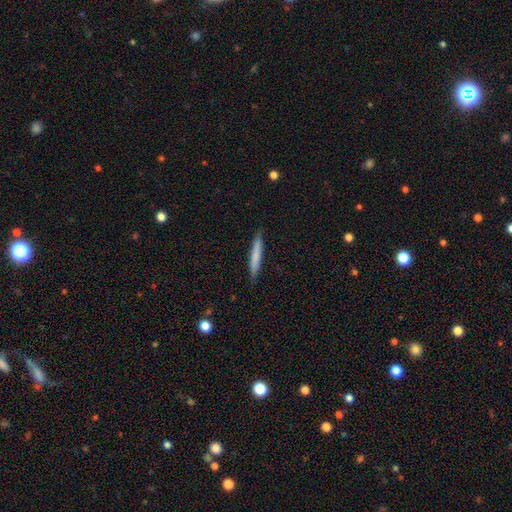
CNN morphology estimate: Overall: smooth (72%). How rounded: cigar-shaped (95%). Merging: none (88%).